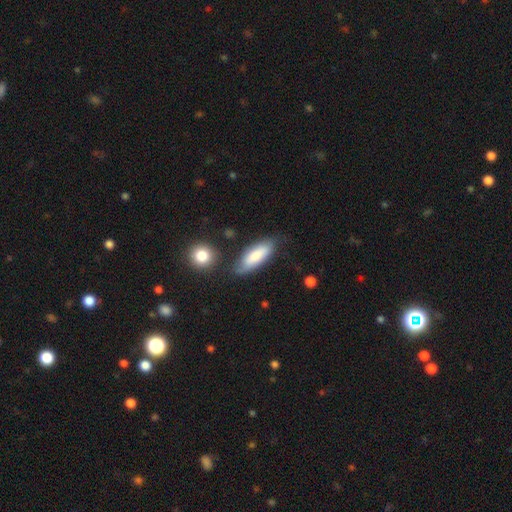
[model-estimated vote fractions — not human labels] A smooth galaxy with no disk features (77%) that is in between round and cigar-shaped (65%).

Vote fractions:
- Smooth or featured? smooth: 77% / featured or disk: 18% / star or artifact: 6%
- How rounded? in between: 65% / cigar-shaped: 33% / round: 2%
- Merging? none: 66% / minor disturbance: 22% / major disturbance: 6% / merger: 6%